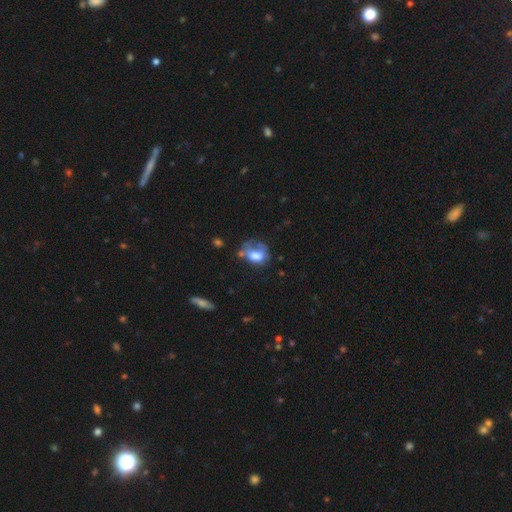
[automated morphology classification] smooth_or_featured: smooth (p=0.61) [alt: featured or disk p=0.28]
how_rounded: in between (p=0.64) [alt: round p=0.34]
merging: major disturbance (p=0.33) [alt: none p=0.28]